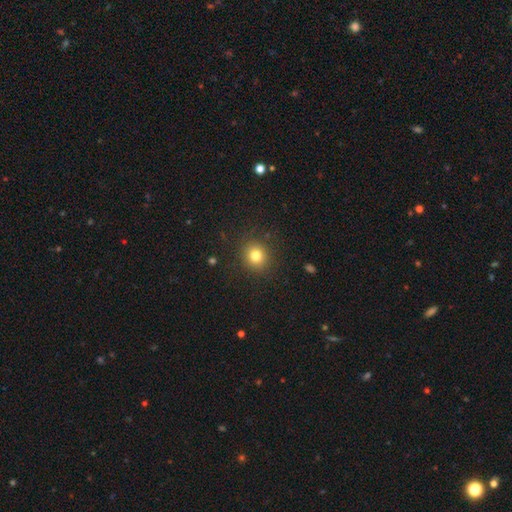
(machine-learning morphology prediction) The model was most divided on "smooth or featured": smooth: 80%, star or artifact: 13%, featured or disk: 7%. More confident: merging — none (89%); how rounded — round (86%).